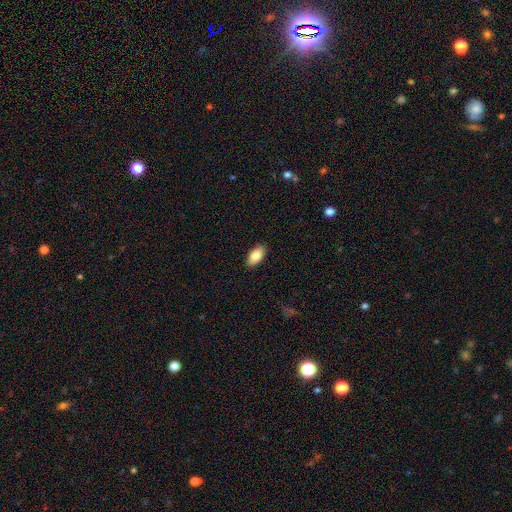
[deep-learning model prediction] This is clearly a smooth galaxy (85%). How rounded: clearly in between (94%). Merging: clearly none (89%).